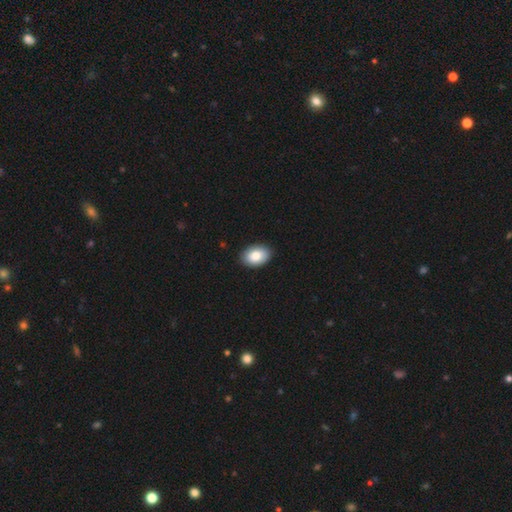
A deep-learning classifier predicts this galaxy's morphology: smooth-or-featured: smooth: 84% | featured or disk: 9% | star or artifact: 7%
  how-rounded: in between: 86% | round: 13% | cigar-shaped: 1%
  merging: none: 90% | minor disturbance: 8% | major disturbance: 2% | merger: 1%